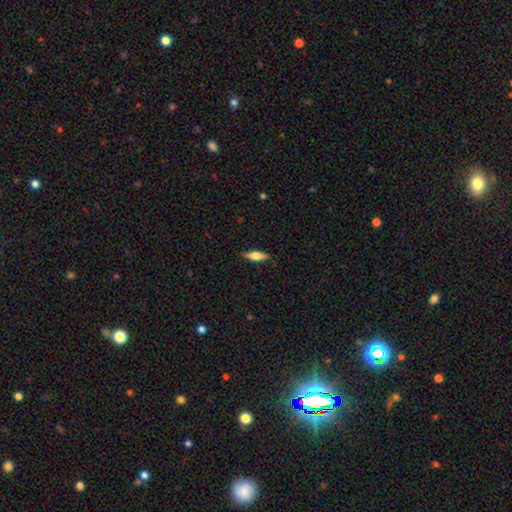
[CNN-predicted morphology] smooth_or_featured: smooth (p=0.54) [alt: featured or disk p=0.40]
how_rounded: in between (p=0.56) [alt: cigar-shaped p=0.41]
merging: none (p=0.88) [alt: minor disturbance p=0.09]